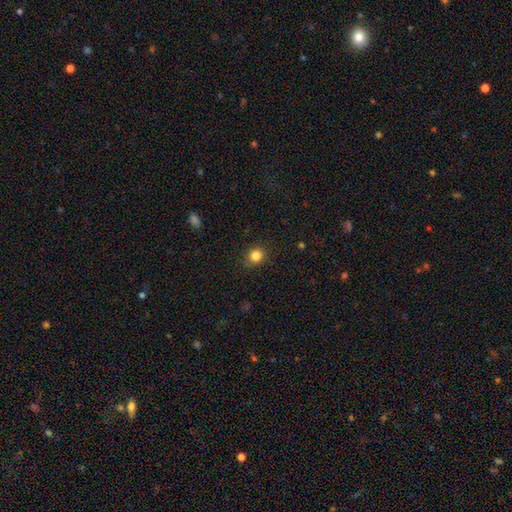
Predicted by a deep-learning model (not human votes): This is clearly a smooth galaxy (84%). How rounded: clearly round (83%). Merging: clearly none (87%).